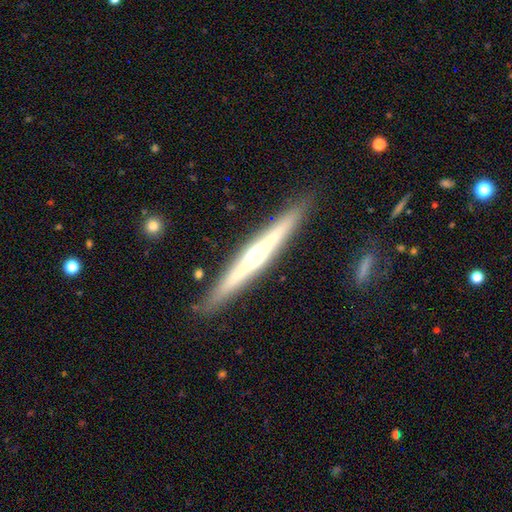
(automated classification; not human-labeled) Smooth or featured: featured or disk — 67% (smooth — 27%)
Edge-on disk: yes — 96% (no — 4%)
Edge-on bulge: rounded — 74% (none — 17%)
Merging: none — 89% (minor disturbance — 8%)